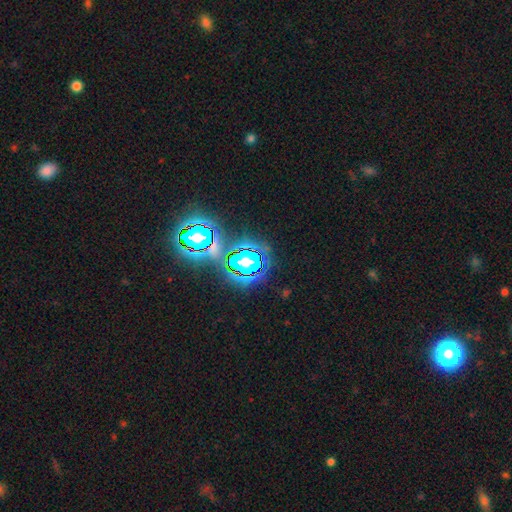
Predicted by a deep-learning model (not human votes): A star or artifact, not a galaxy (81%).

Vote fractions:
- Smooth or featured? star or artifact: 81% / smooth: 12% / featured or disk: 7%